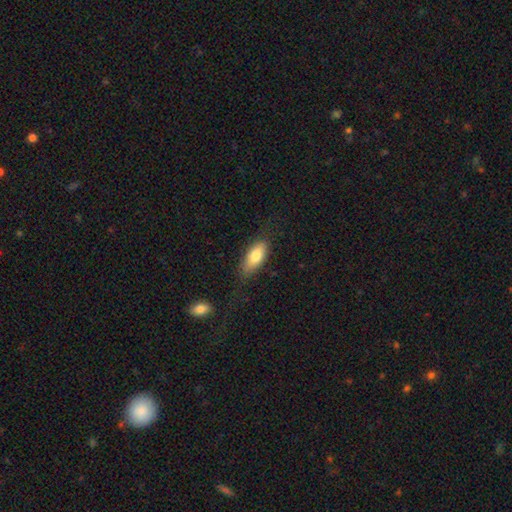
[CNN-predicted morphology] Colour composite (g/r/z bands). It shows a smooth galaxy with no disk features (77%) that is in between round and cigar-shaped (82%). Merging: none (74%).